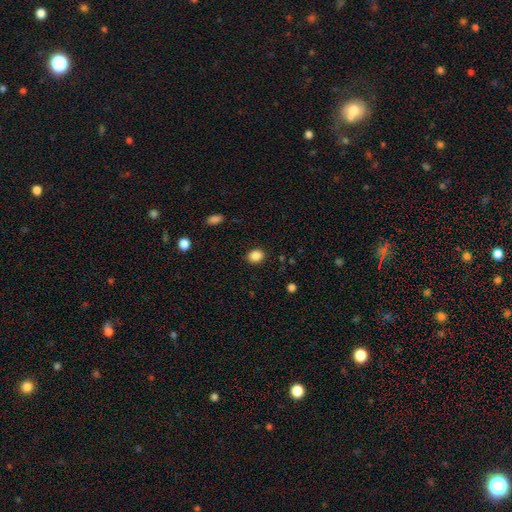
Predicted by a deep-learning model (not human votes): Smooth or featured? Predicted: smooth (p=0.87). How rounded? Predicted: round (p=0.62). Merging? Predicted: none (p=0.89).